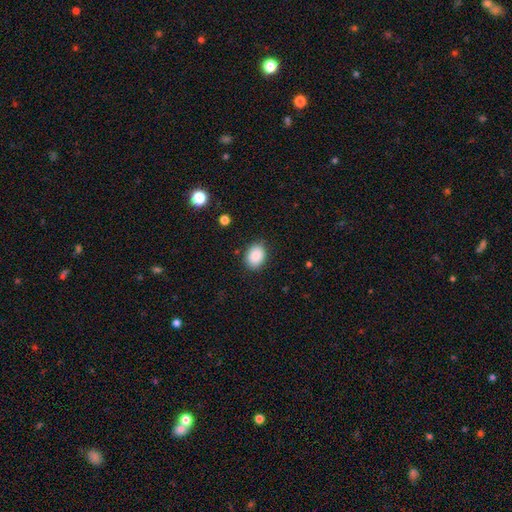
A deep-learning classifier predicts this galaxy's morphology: Smooth or featured? smooth (87%)
How rounded? in between (65%)
Merging? none (83%)